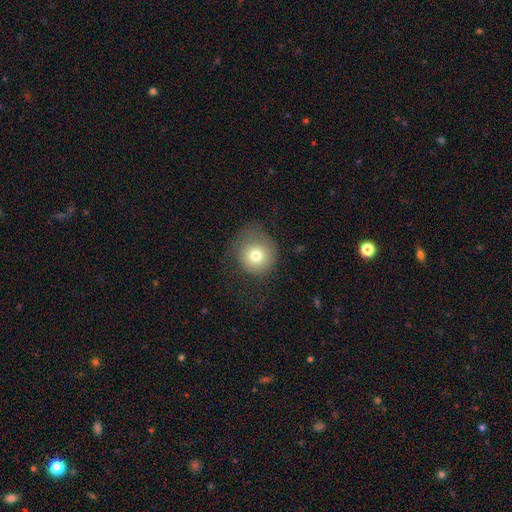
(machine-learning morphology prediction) type=smooth (75%); roundness=round (91%); merging=none (59%).